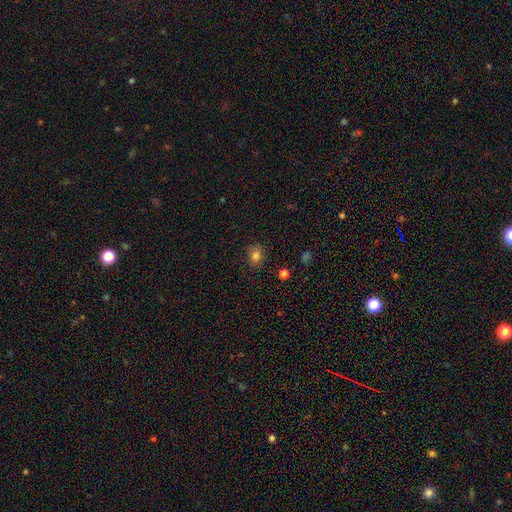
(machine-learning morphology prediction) smooth-or-featured: smooth: 81% | star or artifact: 13% | featured or disk: 6%
  how-rounded: round: 53% | in between: 46% | cigar-shaped: 1%
  merging: none: 83% | minor disturbance: 12% | major disturbance: 3% | merger: 1%